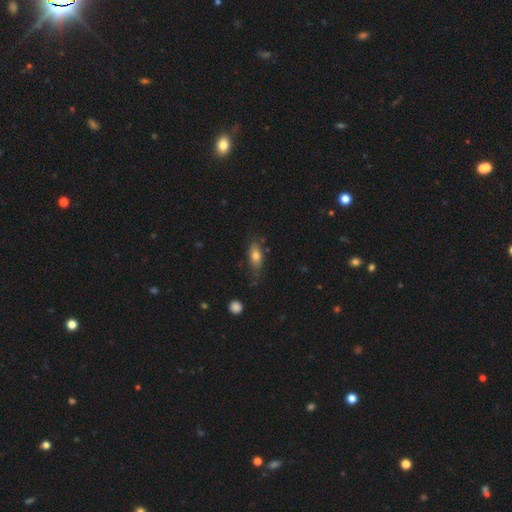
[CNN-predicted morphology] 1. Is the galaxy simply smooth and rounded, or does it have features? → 74% smooth, 18% featured or disk, 8% star or artifact.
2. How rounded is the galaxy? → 83% in between, 12% cigar-shaped, 5% round.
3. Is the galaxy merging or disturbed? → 66% none, 24% minor disturbance, 7% major disturbance, 3% merger.